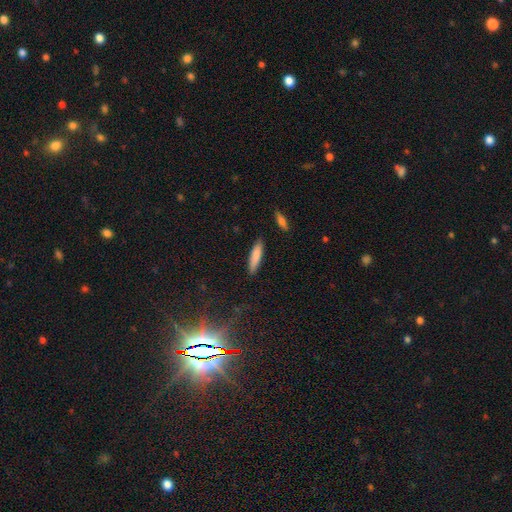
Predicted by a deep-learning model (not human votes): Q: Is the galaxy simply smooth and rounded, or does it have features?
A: smooth — 82%.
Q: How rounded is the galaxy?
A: cigar-shaped — 79%.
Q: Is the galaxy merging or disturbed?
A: none — 87%.